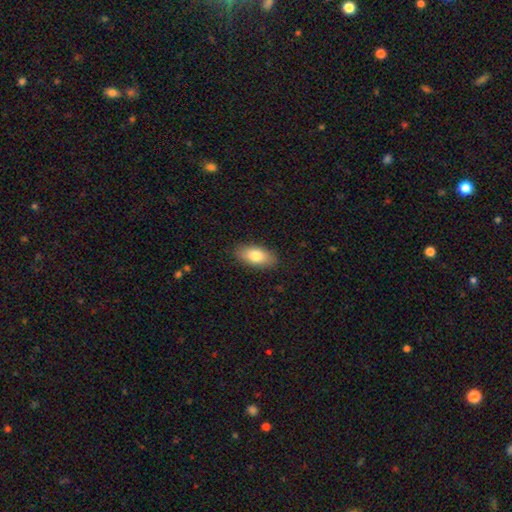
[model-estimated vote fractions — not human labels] Q: Smooth or featured?
A: smooth (79%); runner-up: featured or disk (14%)
Q: How rounded?
A: in between (90%); runner-up: cigar-shaped (7%)
Q: Merging?
A: none (88%); runner-up: minor disturbance (9%)